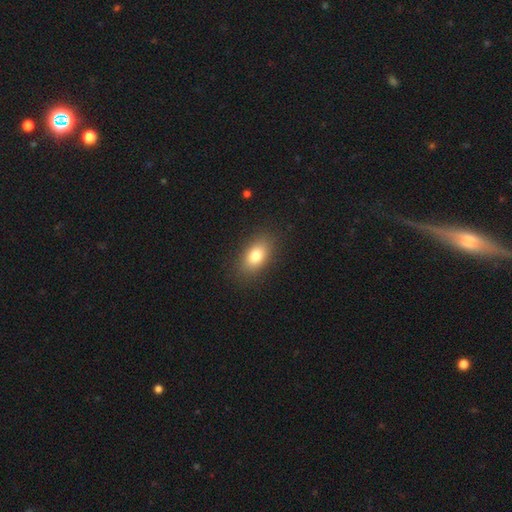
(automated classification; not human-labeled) This appears to be a smooth galaxy with no disk features (80%) that is in between round and cigar-shaped (87%). Merging: none (87%).